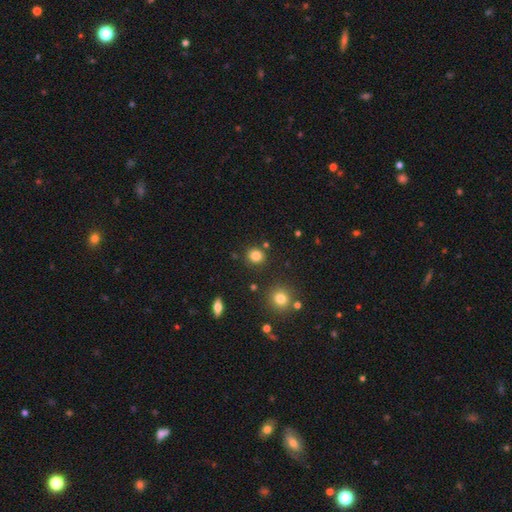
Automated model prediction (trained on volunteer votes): smooth 83%, star or artifact 12%, featured or disk 5%. Down the decision tree: how rounded — round (82%); merging — none (86%).